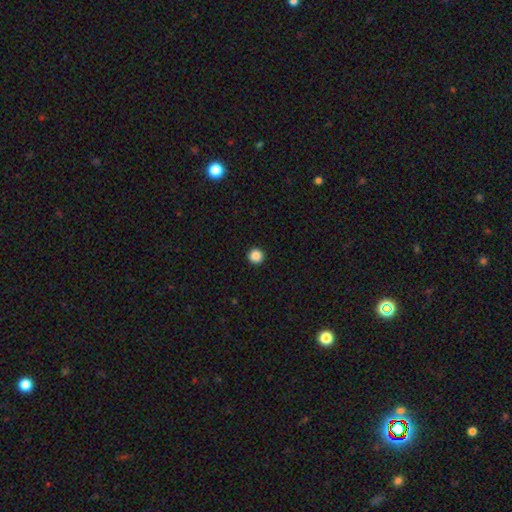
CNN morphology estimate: Q: Smooth or featured?
A: smooth (87%); runner-up: star or artifact (10%)
Q: How rounded?
A: round (96%); runner-up: in between (3%)
Q: Merging?
A: none (94%); runner-up: minor disturbance (4%)